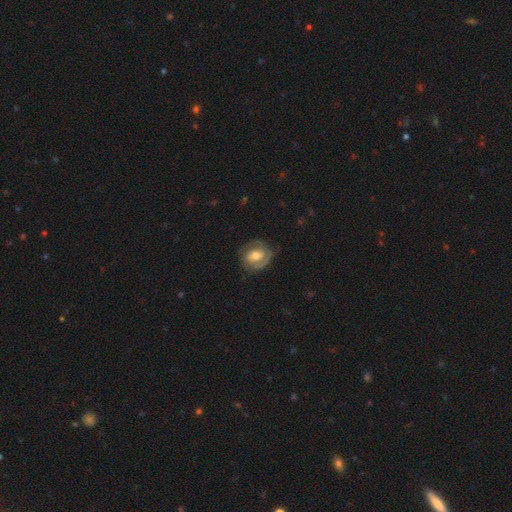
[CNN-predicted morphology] Smooth or featured: featured or disk — 70% (smooth — 24%)
Edge-on disk: no — 97% (yes — 3%)
Bar: no — 50% (weak — 37%)
Spiral arms: yes — 84% (no — 16%)
Spiral winding: tight — 57% (medium — 32%)
Spiral arm count: 2 — 64% (can't tell — 15%)
Bulge size: moderate — 68% (small — 20%)
Merging: none — 72% (minor disturbance — 18%)